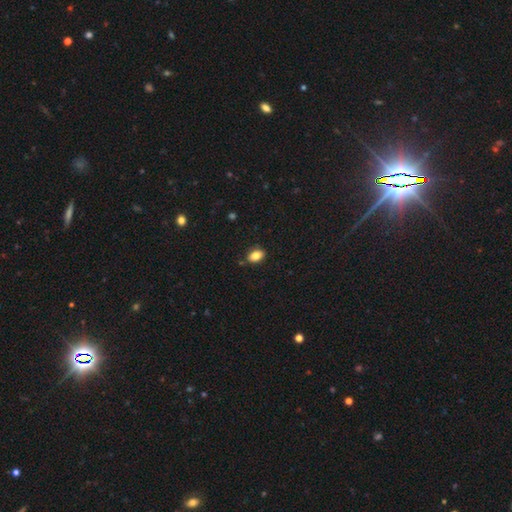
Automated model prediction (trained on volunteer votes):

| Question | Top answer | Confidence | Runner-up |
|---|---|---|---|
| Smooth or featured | smooth | 83% | star or artifact (9%) |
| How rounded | in between | 84% | round (15%) |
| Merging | none | 83% | minor disturbance (12%) |